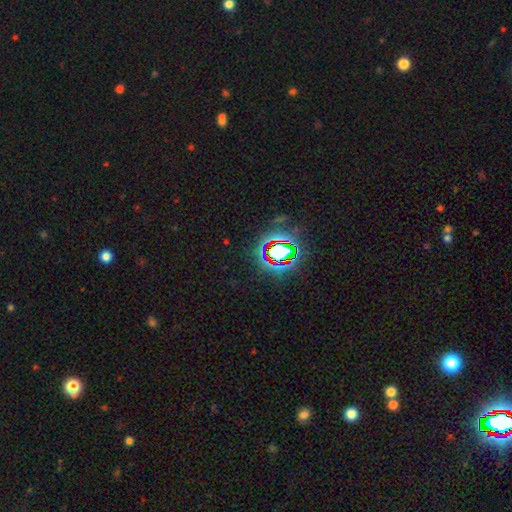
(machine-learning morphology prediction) Overall: star or artifact (78%).